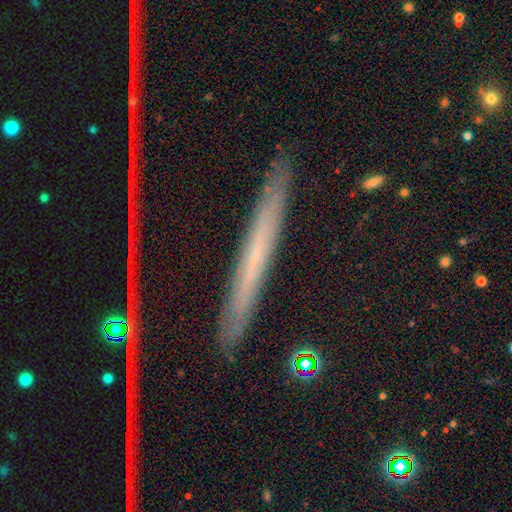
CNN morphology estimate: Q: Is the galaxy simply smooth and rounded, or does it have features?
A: featured or disk — 49%.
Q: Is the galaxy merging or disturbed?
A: none — 81%.